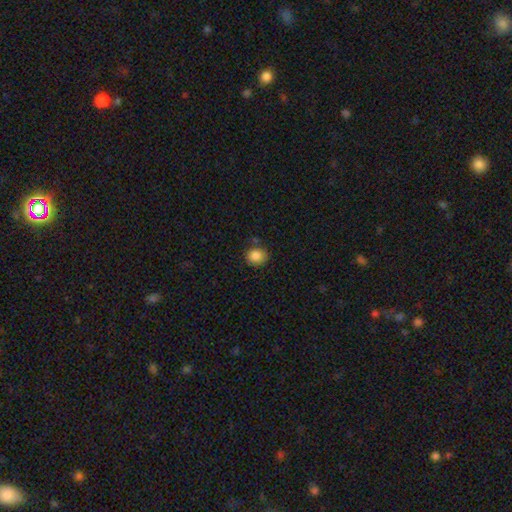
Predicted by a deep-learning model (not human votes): Smooth or featured? smooth (86%)
How rounded? round (76%)
Merging? none (80%)